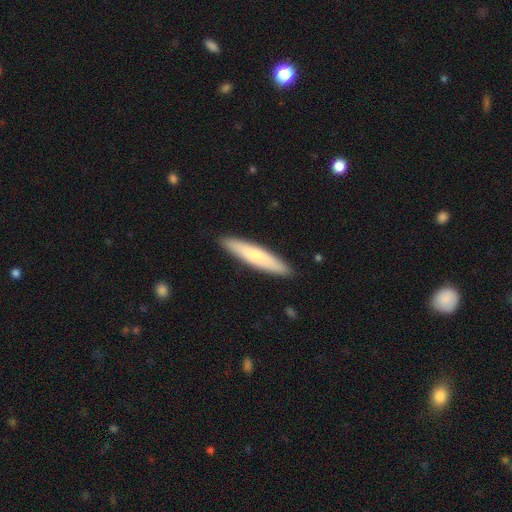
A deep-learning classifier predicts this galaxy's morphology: smooth 69%, featured or disk 26%, star or artifact 5%. Down the decision tree: how rounded — cigar-shaped (87%); merging — none (91%).